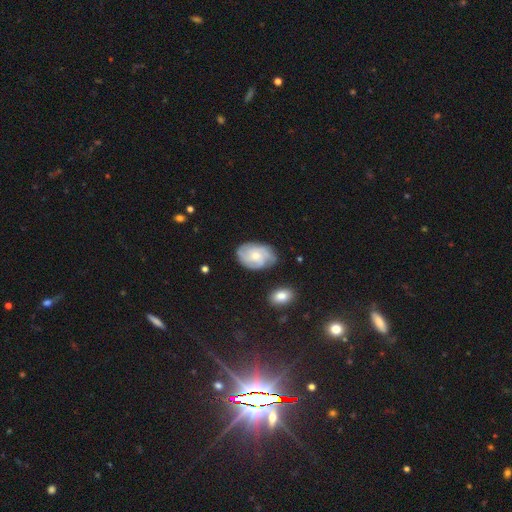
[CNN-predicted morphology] Smooth or featured: featured or disk — 70% (smooth — 23%)
Edge-on disk: no — 97% (yes — 3%)
Bar: no — 75% (weak — 22%)
Spiral arms: yes — 93% (no — 7%)
Spiral winding: tight — 56% (medium — 34%)
Spiral arm count: 3 — 31% (can't tell — 28%)
Bulge size: small — 51% (moderate — 43%)
Merging: none — 72% (minor disturbance — 20%)